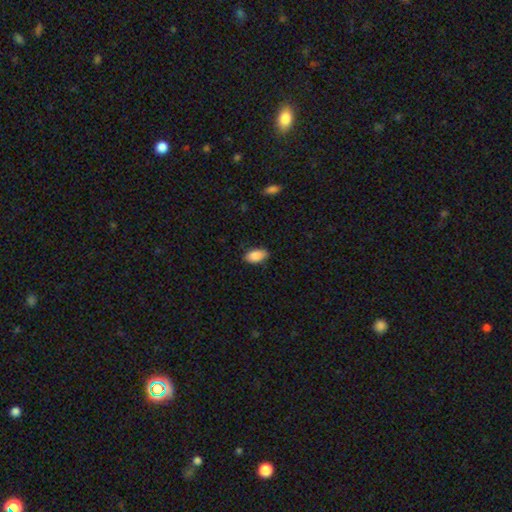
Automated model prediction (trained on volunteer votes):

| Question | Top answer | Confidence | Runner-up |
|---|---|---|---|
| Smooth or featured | smooth | 88% | star or artifact (7%) |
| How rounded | in between | 92% | round (4%) |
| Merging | none | 82% | minor disturbance (14%) |